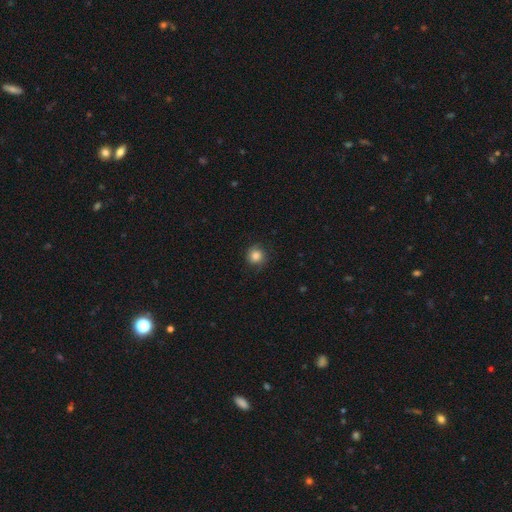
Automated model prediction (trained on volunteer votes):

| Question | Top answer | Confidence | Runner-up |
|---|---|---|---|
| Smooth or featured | smooth | 81% | star or artifact (10%) |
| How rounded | round | 90% | in between (9%) |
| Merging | none | 81% | minor disturbance (14%) |